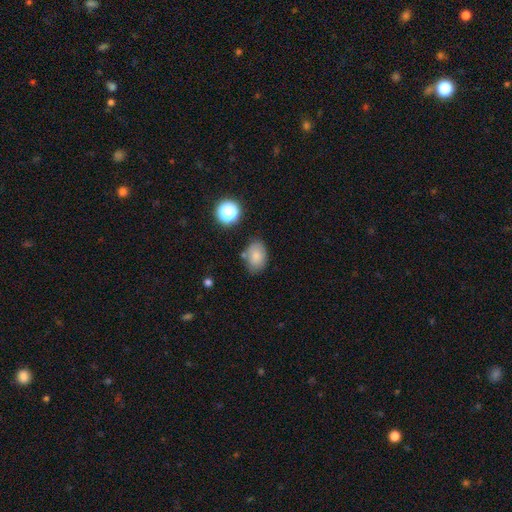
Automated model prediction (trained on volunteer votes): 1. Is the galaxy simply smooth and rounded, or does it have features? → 80% smooth, 10% star or artifact, 9% featured or disk.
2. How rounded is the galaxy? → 80% in between, 19% round, 1% cigar-shaped.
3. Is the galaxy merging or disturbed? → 72% none, 17% minor disturbance, 6% merger, 4% major disturbance.